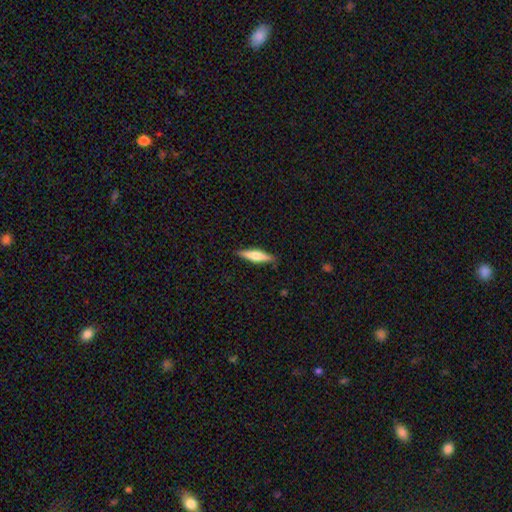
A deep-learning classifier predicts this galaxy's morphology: This is possibly a smooth galaxy (54%). How rounded: likely cigar-shaped (79%). Merging: clearly none (87%).